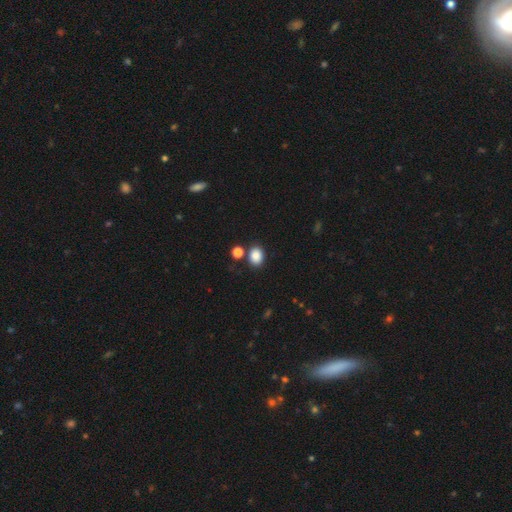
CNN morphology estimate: Smooth or featured: smooth — 86% (star or artifact — 10%)
How rounded: in between — 56% (round — 43%)
Merging: none — 76% (merger — 10%)